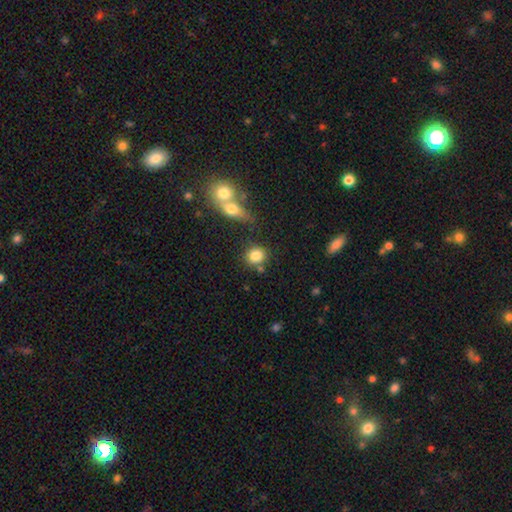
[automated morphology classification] Smooth or featured? Predicted: smooth (p=0.82). How rounded? Predicted: round (p=0.79). Merging? Predicted: none (p=0.71).